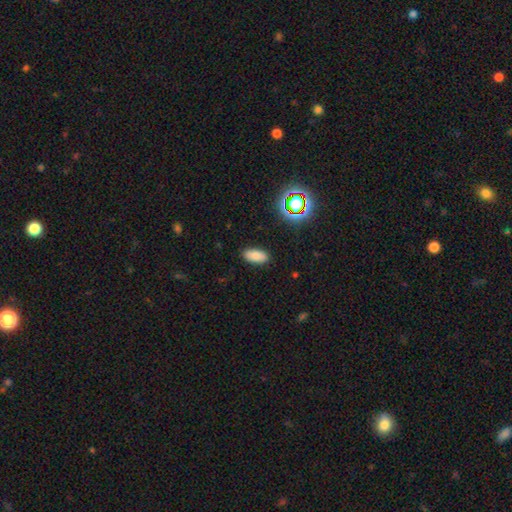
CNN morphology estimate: smooth_or_featured: smooth (p=0.80) [alt: star or artifact p=0.12]
how_rounded: in between (p=0.91) [alt: cigar-shaped p=0.06]
merging: none (p=0.88) [alt: minor disturbance p=0.09]